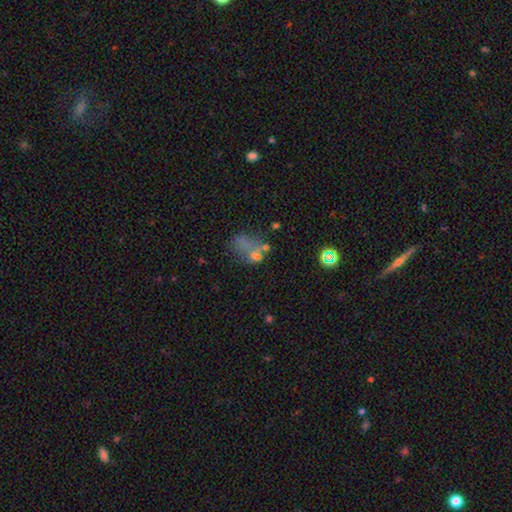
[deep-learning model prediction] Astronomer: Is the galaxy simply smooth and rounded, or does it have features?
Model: smooth — 46% (runner-up: featured or disk, 33%).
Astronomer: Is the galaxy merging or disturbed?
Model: merger — 32% (runner-up: none, 29%).